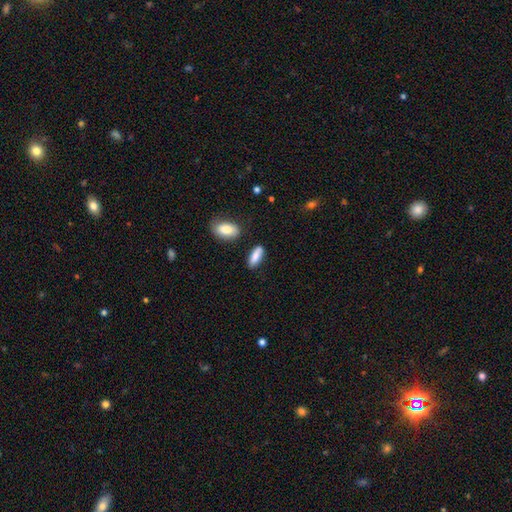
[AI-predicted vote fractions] smooth-or-featured: smooth: 85% | featured or disk: 8% | star or artifact: 6%
  how-rounded: in between: 66% | cigar-shaped: 31% | round: 3%
  merging: none: 77% | minor disturbance: 14% | merger: 6% | major disturbance: 3%